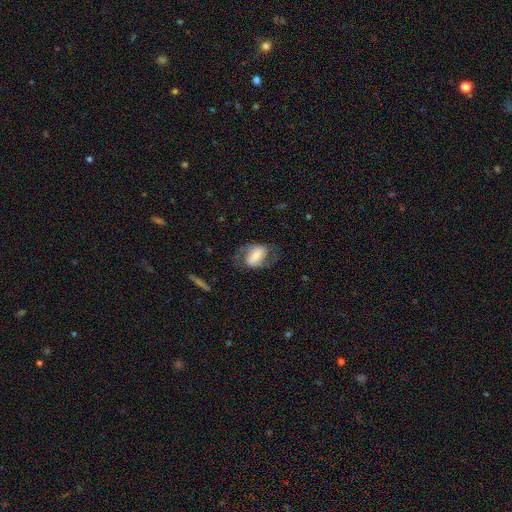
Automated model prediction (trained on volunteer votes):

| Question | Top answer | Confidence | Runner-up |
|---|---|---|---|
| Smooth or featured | featured or disk | 62% | smooth (31%) |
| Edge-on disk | no | 96% | yes (4%) |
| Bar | strong | 39% | weak (37%) |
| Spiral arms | yes | 83% | no (17%) |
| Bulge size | moderate | 39% | small (36%) |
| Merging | none | 65% | minor disturbance (18%) |